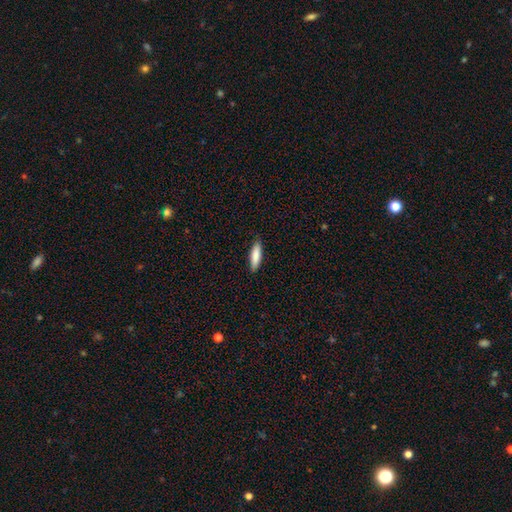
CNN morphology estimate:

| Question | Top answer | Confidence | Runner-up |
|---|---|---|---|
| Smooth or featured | smooth | 84% | featured or disk (10%) |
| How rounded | cigar-shaped | 66% | in between (32%) |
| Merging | none | 88% | minor disturbance (9%) |